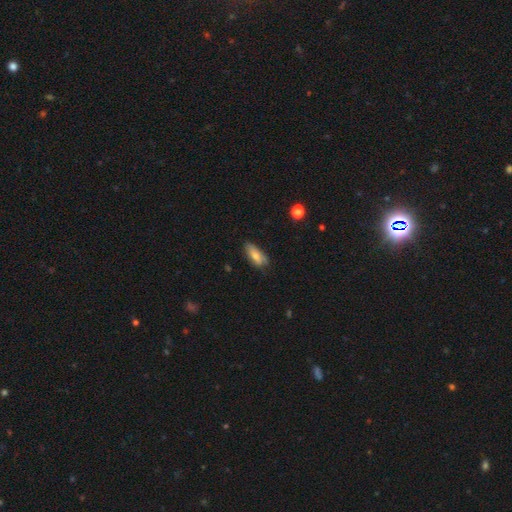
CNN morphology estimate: This is likely a smooth galaxy (67%). How rounded: likely in between (78%). Merging: likely none (66%).